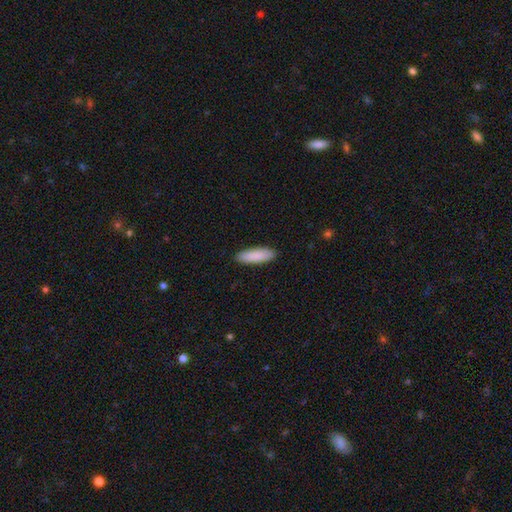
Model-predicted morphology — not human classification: Smooth or featured: smooth — 88% (featured or disk — 6%)
How rounded: in between — 50% (cigar-shaped — 48%)
Merging: none — 90% (minor disturbance — 7%)